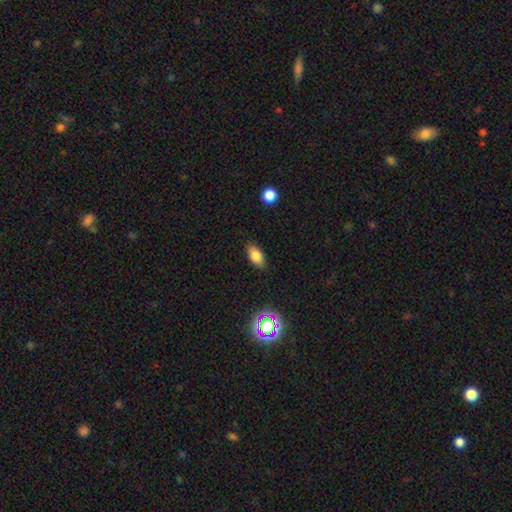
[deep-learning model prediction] A smooth galaxy with no disk features (80%) that is in between round and cigar-shaped (87%). Merging: none (86%).